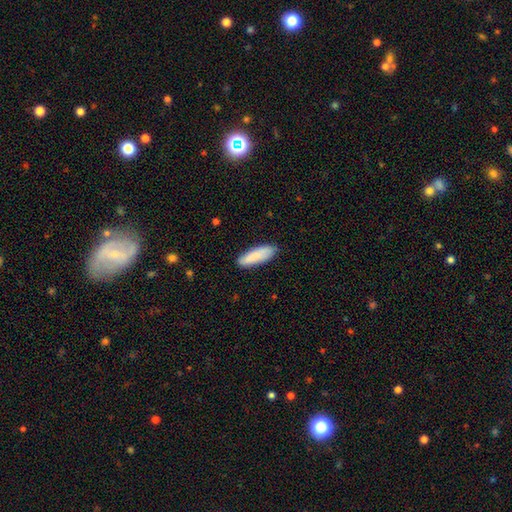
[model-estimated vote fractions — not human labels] Smooth or featured: smooth — 87% (featured or disk — 8%)
How rounded: cigar-shaped — 50% (in between — 48%)
Merging: none — 86% (minor disturbance — 11%)